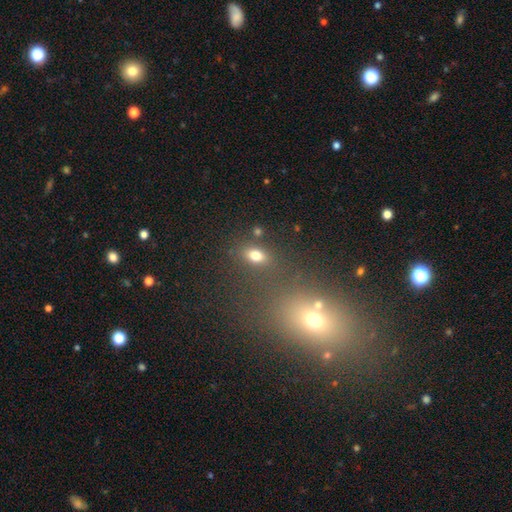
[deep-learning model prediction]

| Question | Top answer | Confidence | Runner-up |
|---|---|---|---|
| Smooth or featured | smooth | 75% | star or artifact (15%) |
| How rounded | in between | 77% | round (18%) |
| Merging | none | 77% | minor disturbance (11%) |